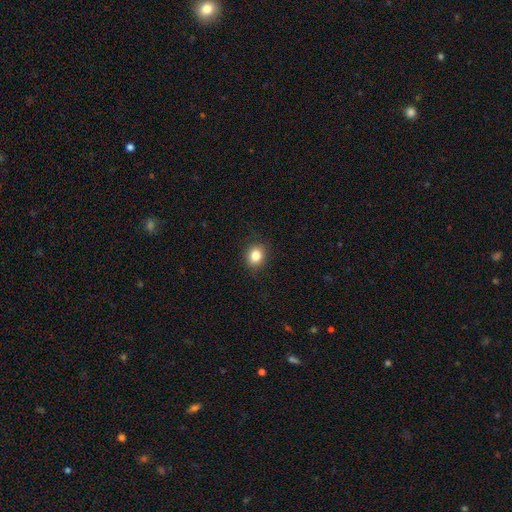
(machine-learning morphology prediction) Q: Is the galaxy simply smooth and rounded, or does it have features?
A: smooth — 83%.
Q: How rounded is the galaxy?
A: round — 66%.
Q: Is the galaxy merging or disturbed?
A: none — 89%.